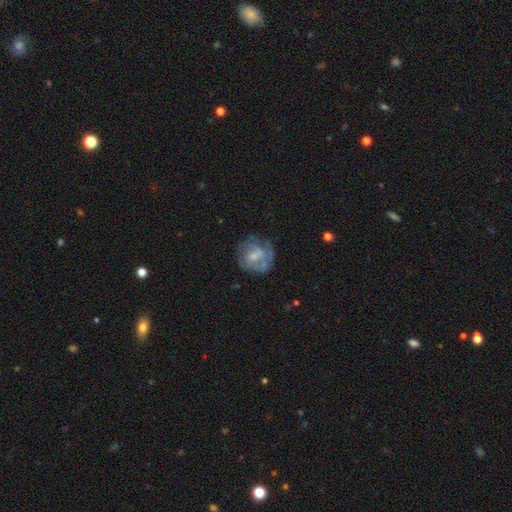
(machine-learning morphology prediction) Smooth or featured: featured or disk — 59% (smooth — 33%)
Edge-on disk: no — 97% (yes — 3%)
Bar: no — 52% (weak — 39%)
Spiral arms: yes — 53% (no — 47%)
Bulge size: moderate — 39% (small — 31%)
Merging: none — 55% (minor disturbance — 23%)